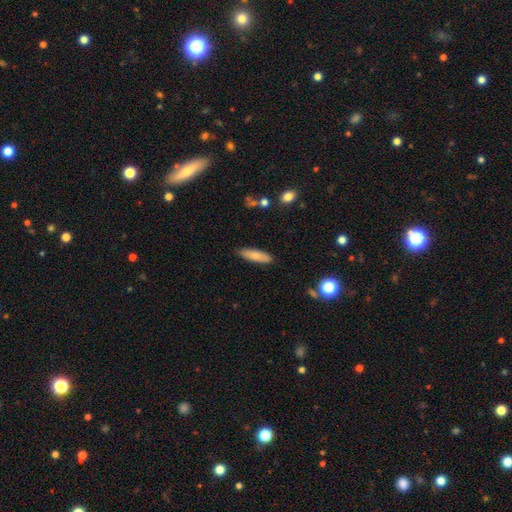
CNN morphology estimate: Overall: smooth (80%). How rounded: cigar-shaped (59%; in between 39%). Merging: none (86%).